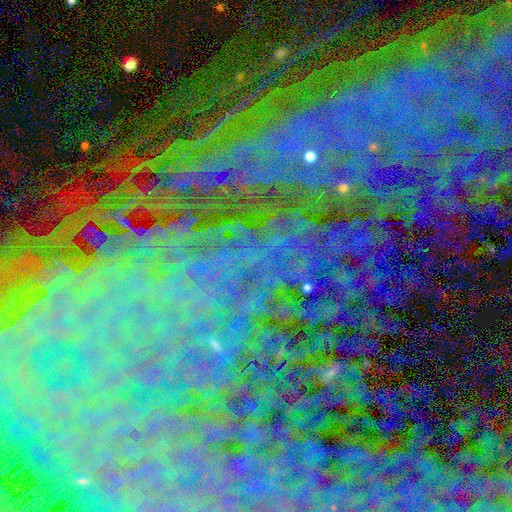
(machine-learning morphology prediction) Smooth or featured: star or artifact — 80% (featured or disk — 12%)